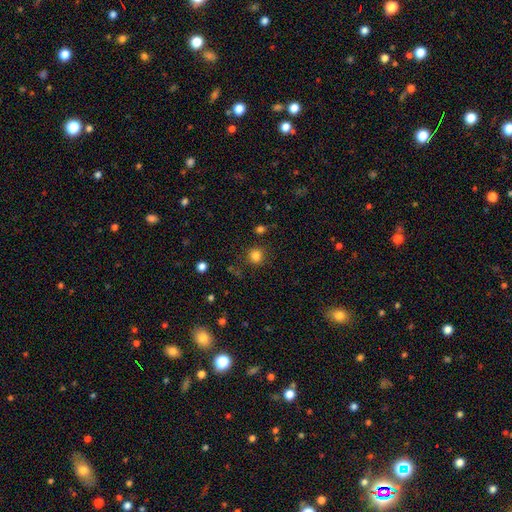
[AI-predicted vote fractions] Smooth or featured: smooth — 82% (star or artifact — 13%)
How rounded: round — 89% (in between — 10%)
Merging: none — 85% (minor disturbance — 9%)